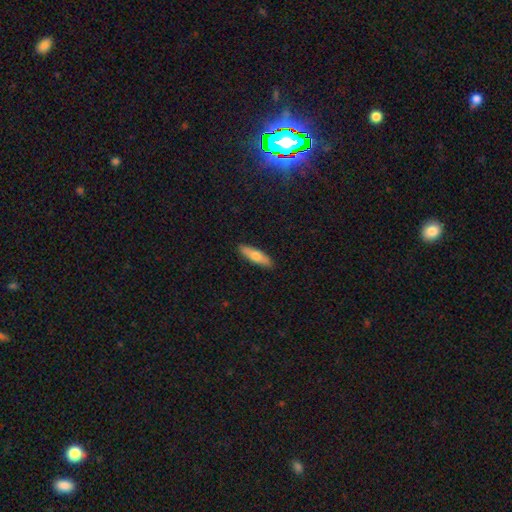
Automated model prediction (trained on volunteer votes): Smooth or featured? Predicted: smooth (p=0.67). How rounded? Predicted: cigar-shaped (p=0.65). Merging? Predicted: none (p=0.90).